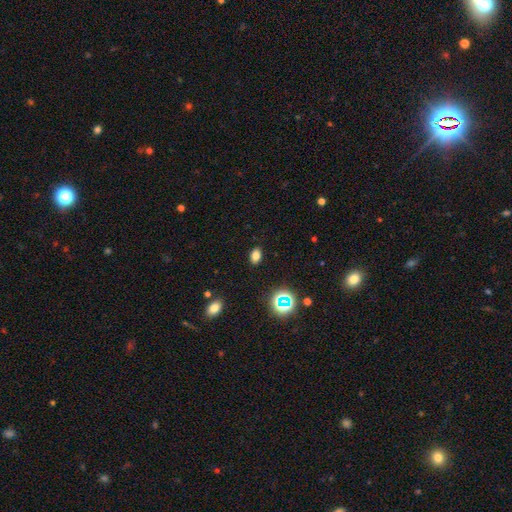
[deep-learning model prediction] Morphology: type=smooth (74%); roundness=in between (81%); merging=none (88%).